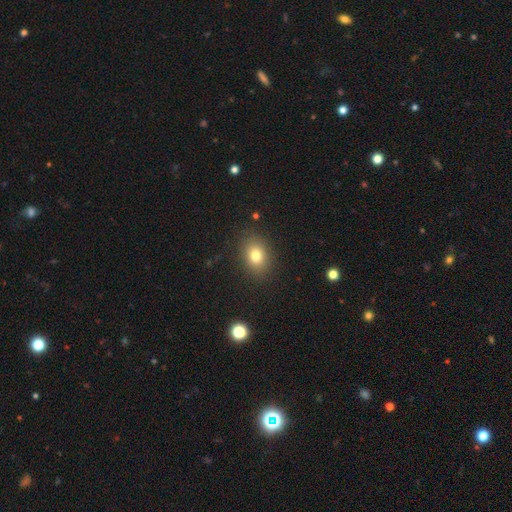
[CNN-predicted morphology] This appears to be a smooth galaxy with no disk features (78%) that is in between round and cigar-shaped (60%). Merging: none (86%).